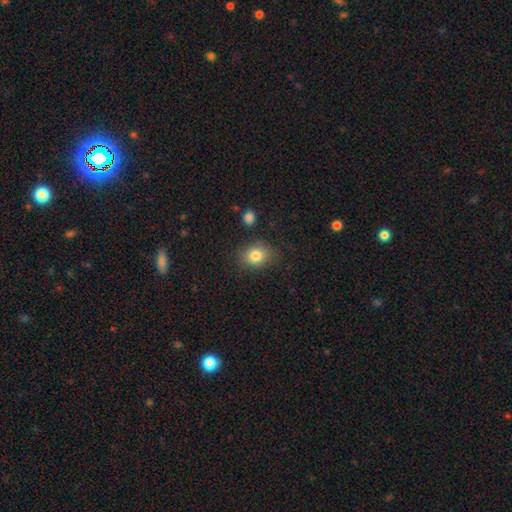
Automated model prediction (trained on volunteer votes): Q: Smooth or featured?
A: smooth (82%); runner-up: star or artifact (10%)
Q: How rounded?
A: round (50%); runner-up: in between (49%)
Q: Merging?
A: none (78%); runner-up: minor disturbance (14%)